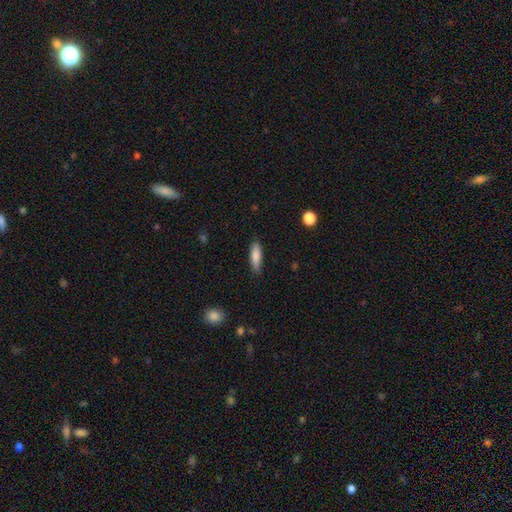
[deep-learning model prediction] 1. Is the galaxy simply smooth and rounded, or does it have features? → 84% smooth, 9% featured or disk, 6% star or artifact.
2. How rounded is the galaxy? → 55% cigar-shaped, 44% in between, 2% round.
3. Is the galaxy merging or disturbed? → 83% none, 13% minor disturbance, 3% major disturbance, 1% merger.